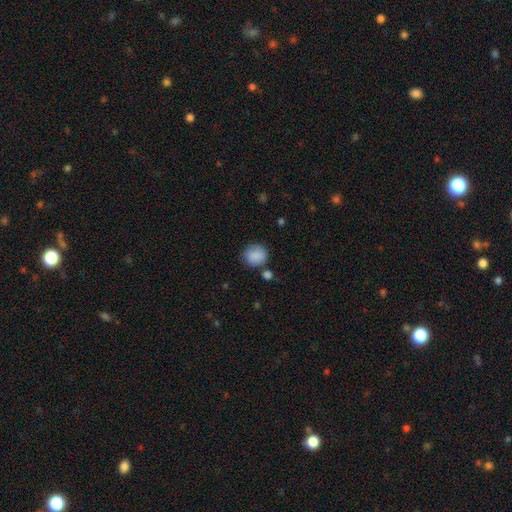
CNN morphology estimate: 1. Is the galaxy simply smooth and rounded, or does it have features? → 88% smooth, 8% star or artifact, 5% featured or disk.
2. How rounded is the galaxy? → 82% round, 18% in between, 1% cigar-shaped.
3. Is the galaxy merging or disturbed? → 75% none, 14% minor disturbance, 7% merger, 4% major disturbance.